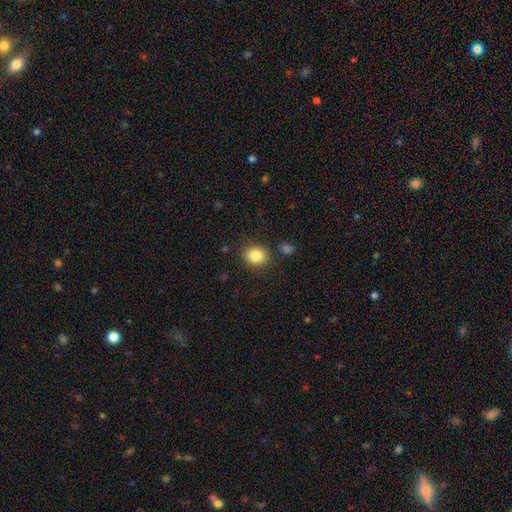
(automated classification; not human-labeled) This is clearly a smooth galaxy (84%). How rounded: likely round (64%). Merging: clearly none (85%).